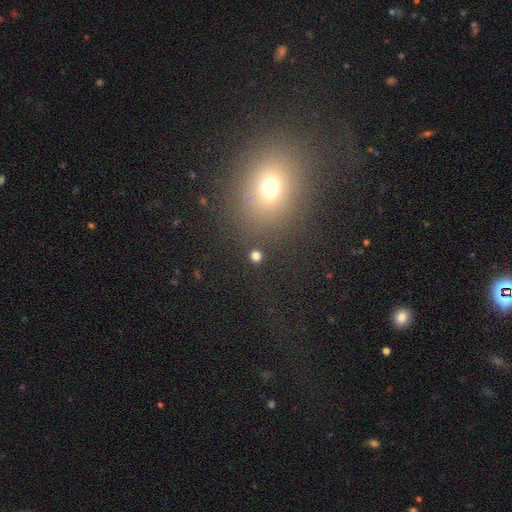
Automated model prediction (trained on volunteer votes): Smooth or featured?
  - smooth: 75% *
  - star or artifact: 20%
  - featured or disk: 5%
How rounded?
  - round: 88% *
  - in between: 11%
  - cigar-shaped: 1%
Merging?
  - none: 88% *
  - minor disturbance: 6%
  - merger: 3%
  - major disturbance: 3%